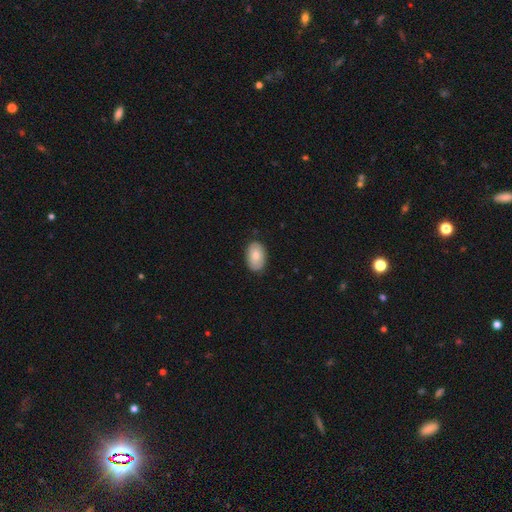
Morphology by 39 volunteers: This appears to be a smooth galaxy with no disk features (74%) that is in between round and cigar-shaped (90%). Merging: none (89%).